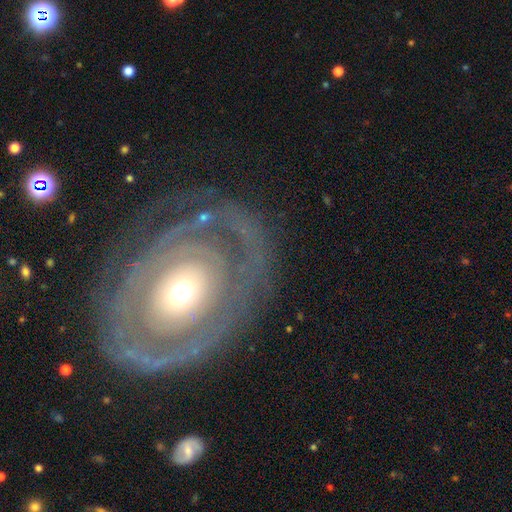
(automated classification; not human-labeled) Overall: featured or disk (77%). Edge-on disk: no (95%). Bar: no (85%). Spiral arms: yes (60%; no 40%). Bulge size: moderate (47%; small 41%). Merging: none (74%).